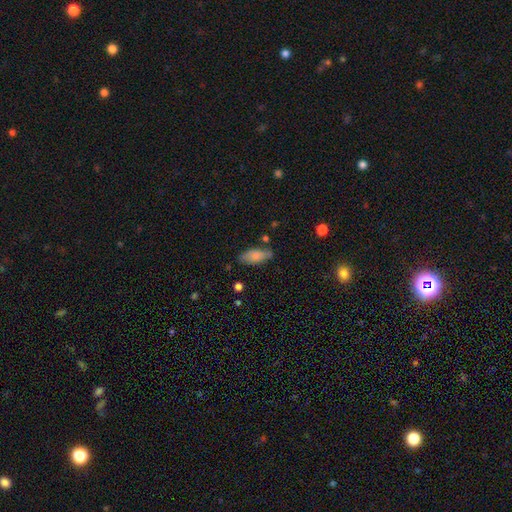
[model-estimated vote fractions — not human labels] smooth-or-featured: smooth: 82% | featured or disk: 10% | star or artifact: 7%
  how-rounded: in between: 83% | cigar-shaped: 15% | round: 2%
  merging: none: 70% | minor disturbance: 20% | merger: 5% | major disturbance: 4%